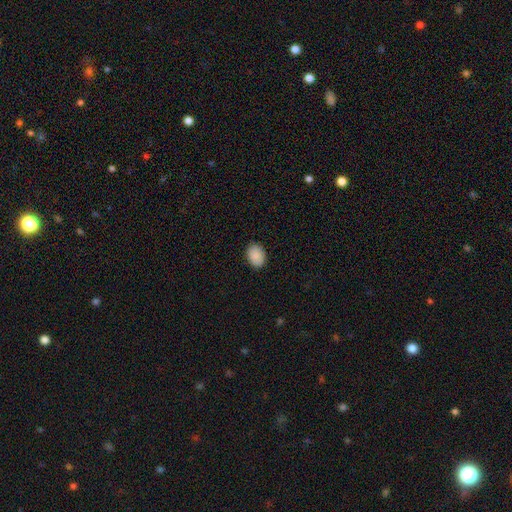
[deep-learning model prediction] Q: Smooth or featured?
A: smooth (90%); runner-up: star or artifact (7%)
Q: How rounded?
A: in between (76%); runner-up: round (23%)
Q: Merging?
A: none (89%); runner-up: minor disturbance (8%)